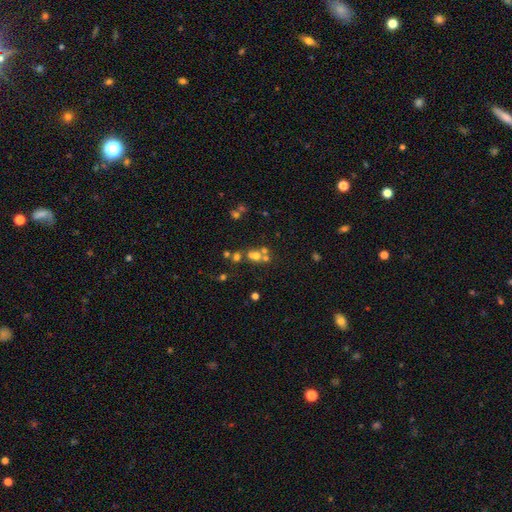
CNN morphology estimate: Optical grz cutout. It shows a smooth galaxy with no disk features (48%). Merging: merger (44%).